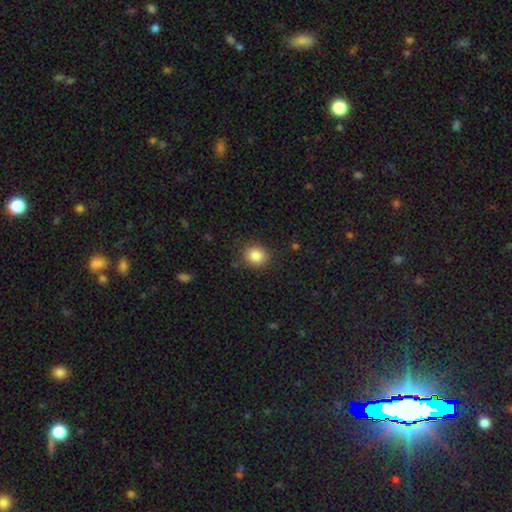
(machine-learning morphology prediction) Smooth or featured?
  - smooth: 85% *
  - star or artifact: 10%
  - featured or disk: 6%
How rounded?
  - round: 77% *
  - in between: 22%
  - cigar-shaped: 1%
Merging?
  - none: 86% *
  - minor disturbance: 10%
  - major disturbance: 3%
  - merger: 1%